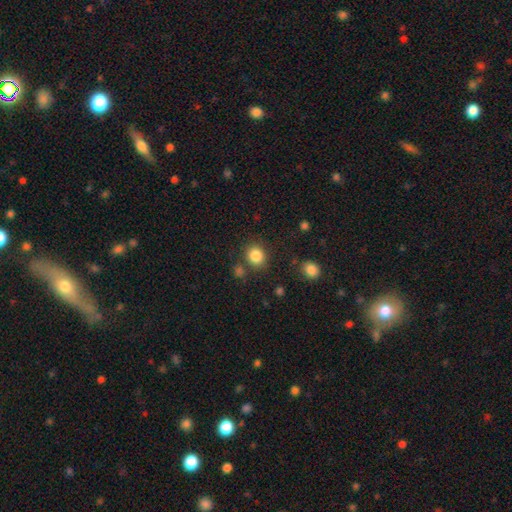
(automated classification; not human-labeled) Smooth or featured? Predicted: smooth (p=0.85). How rounded? Predicted: round (p=0.75). Merging? Predicted: none (p=0.80).